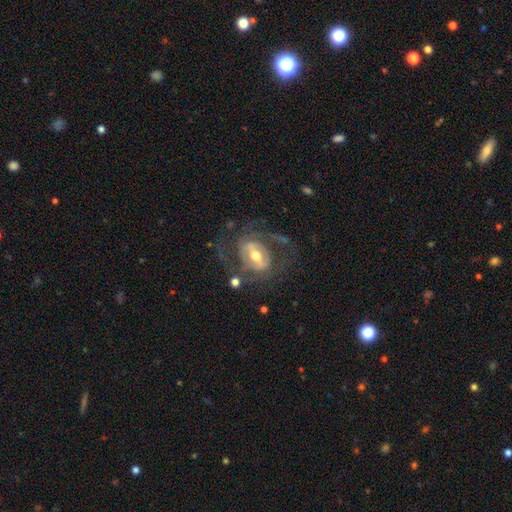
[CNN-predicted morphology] This is clearly a featured or disk galaxy (82%). It is clearly not viewed edge-on (95%). Bar: possibly strong (47%). Spiral arm pattern: clearly yes (80%). Spiral arm count: likely 2 (62%). Spiral winding: possibly medium (46%). Central bulge: likely moderate (70%). Merging: possibly none (56%).